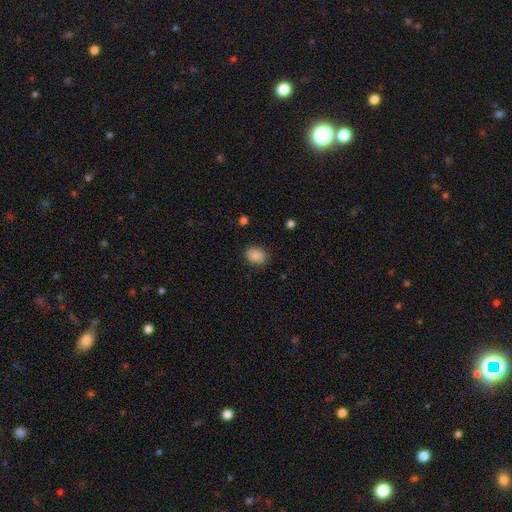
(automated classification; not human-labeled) Smooth or featured? smooth (86%)
How rounded? in between (72%)
Merging? none (82%)